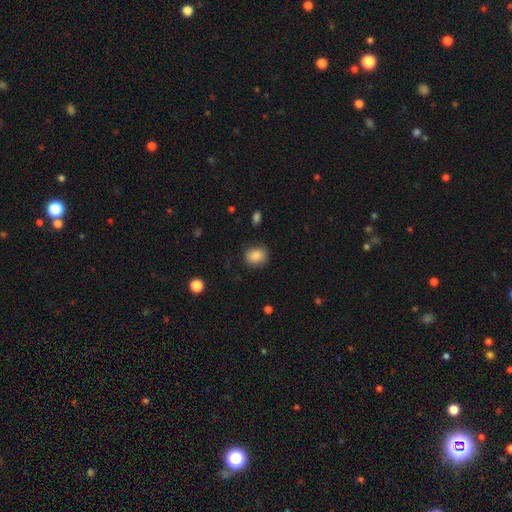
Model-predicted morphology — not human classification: Overall: smooth (86%). How rounded: round (61%; in between 38%). Merging: none (81%).